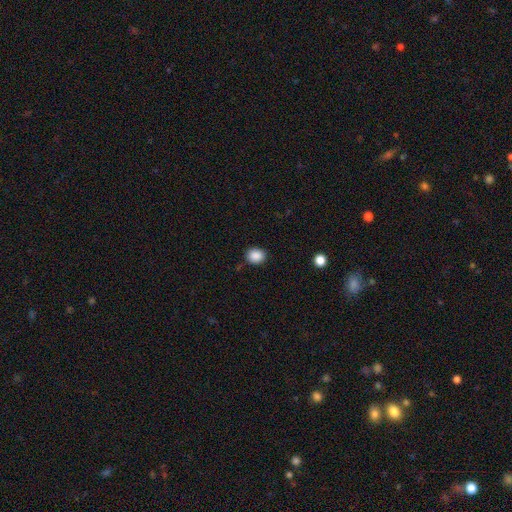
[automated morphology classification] A smooth galaxy with no disk features (88%) that is round (61%). Merging: none (86%).